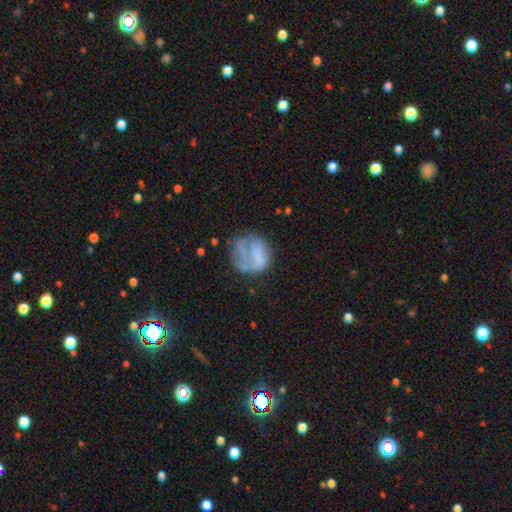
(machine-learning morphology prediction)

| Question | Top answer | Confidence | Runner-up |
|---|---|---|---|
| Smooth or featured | smooth | 47% | featured or disk (43%) |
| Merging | none | 42% | major disturbance (30%) |